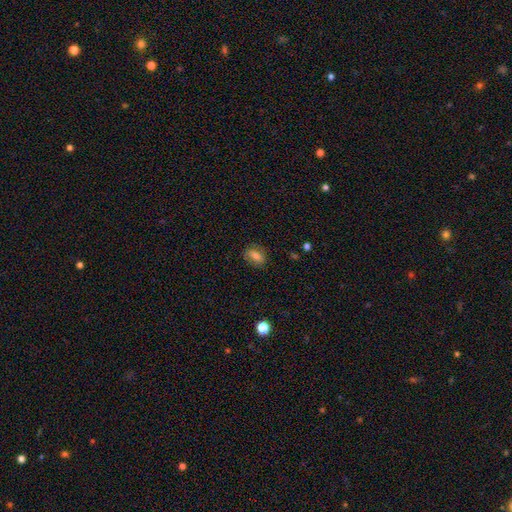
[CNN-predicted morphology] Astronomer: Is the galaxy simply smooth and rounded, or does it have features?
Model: smooth — 64%.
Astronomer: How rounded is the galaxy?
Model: in between — 74%.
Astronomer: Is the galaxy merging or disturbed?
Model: none — 78%.